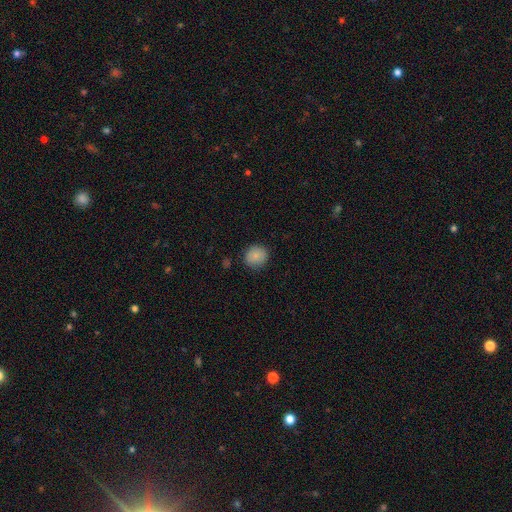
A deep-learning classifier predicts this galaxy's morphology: This appears to be a smooth galaxy with no disk features (84%) that is round (85%). Merging: none (88%).